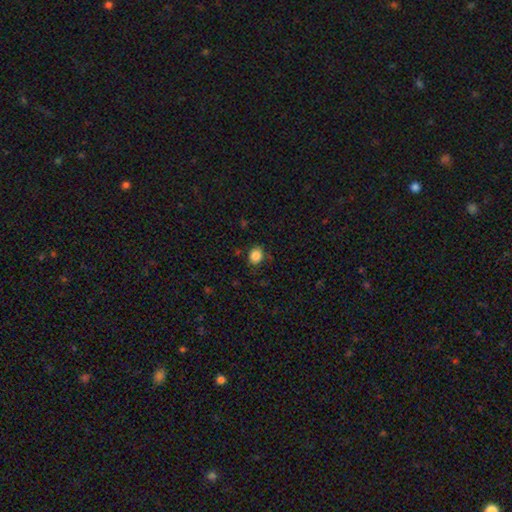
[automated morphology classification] A smooth galaxy with no disk features (85%) that is round (65%). Merging: none (82%).